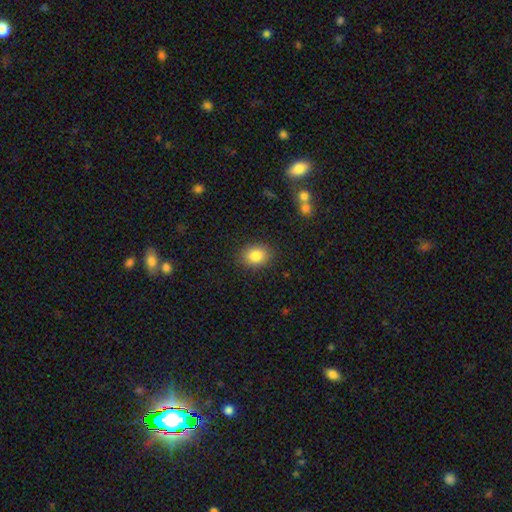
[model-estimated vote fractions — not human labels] This is clearly a smooth galaxy (84%). How rounded: possibly in between (58%). Merging: clearly none (88%).